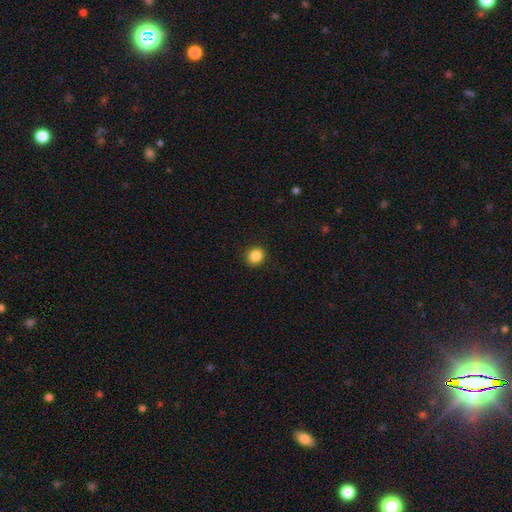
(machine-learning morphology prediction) Smooth or featured?
  - smooth: 86% *
  - star or artifact: 10%
  - featured or disk: 4%
How rounded?
  - round: 75% *
  - in between: 24%
  - cigar-shaped: 1%
Merging?
  - none: 90% *
  - minor disturbance: 7%
  - major disturbance: 2%
  - merger: 1%